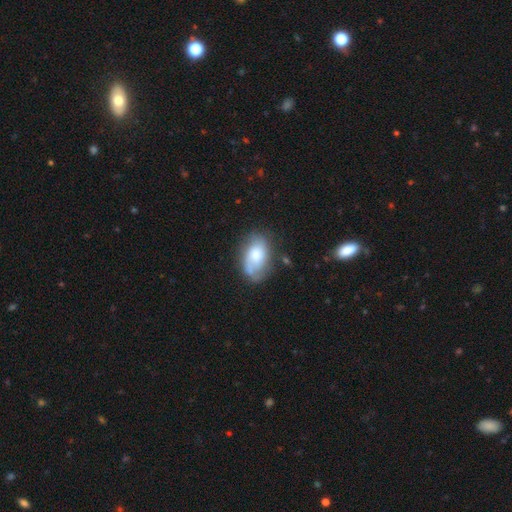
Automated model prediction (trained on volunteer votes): A smooth galaxy with no disk features (52%) that is in between round and cigar-shaped (89%). Merging: none (55%).